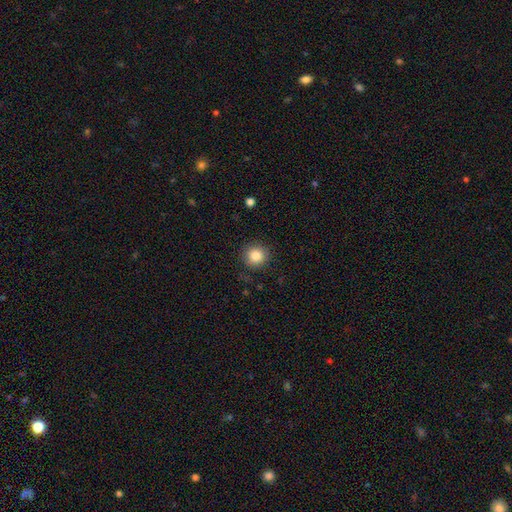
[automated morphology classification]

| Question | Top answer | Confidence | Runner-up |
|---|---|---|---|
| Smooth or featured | smooth | 85% | star or artifact (10%) |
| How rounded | round | 92% | in between (7%) |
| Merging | none | 89% | minor disturbance (8%) |